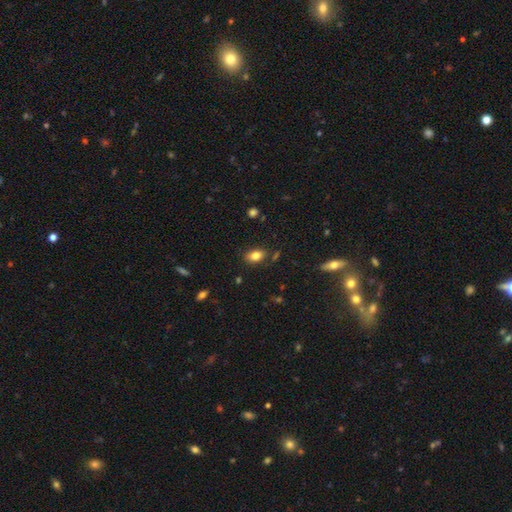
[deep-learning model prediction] Smooth or featured?
  - smooth: 82% *
  - star or artifact: 10%
  - featured or disk: 9%
How rounded?
  - in between: 84% *
  - round: 14%
  - cigar-shaped: 2%
Merging?
  - none: 80% *
  - minor disturbance: 13%
  - merger: 3%
  - major disturbance: 3%